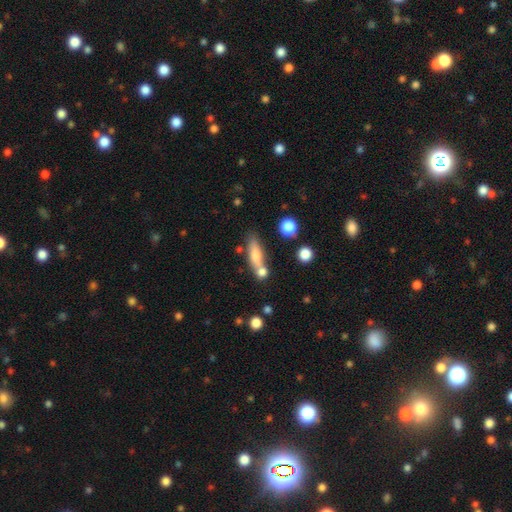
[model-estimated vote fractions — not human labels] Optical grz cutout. It shows a smooth galaxy with no disk features (67%) that is cigar-shaped (55%). Merging: none (51%).